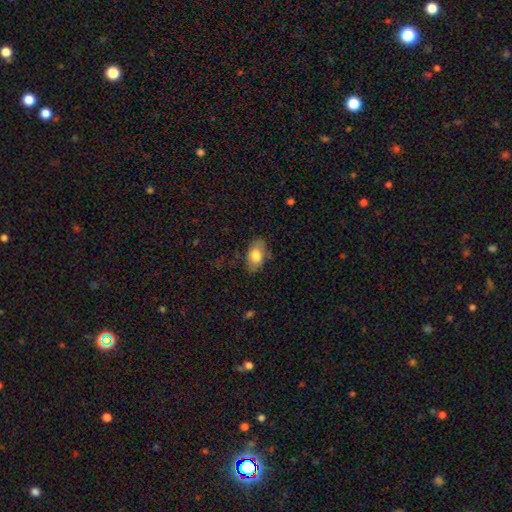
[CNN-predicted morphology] Smooth or featured? smooth (73%)
How rounded? in between (90%)
Merging? none (74%)